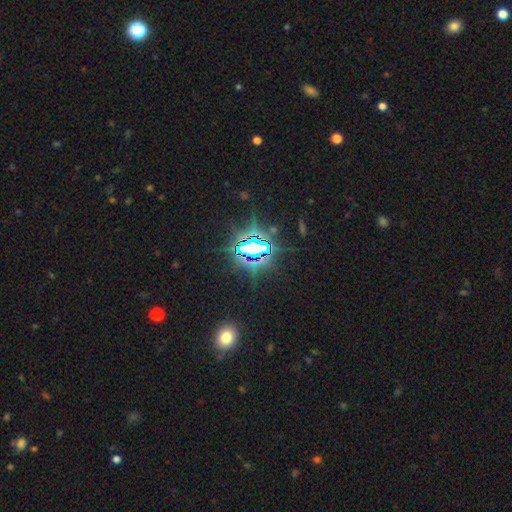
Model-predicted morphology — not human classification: Smooth or featured? Predicted: star or artifact (p=0.83).